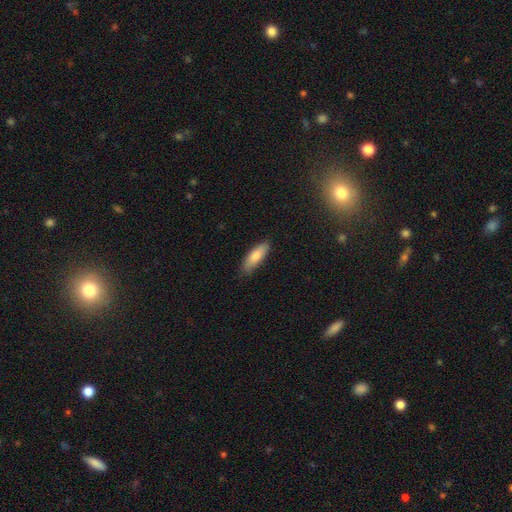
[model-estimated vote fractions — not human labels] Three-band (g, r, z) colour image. It shows a smooth galaxy with no disk features (79%) that is in between round and cigar-shaped (50%). Merging: none (84%).